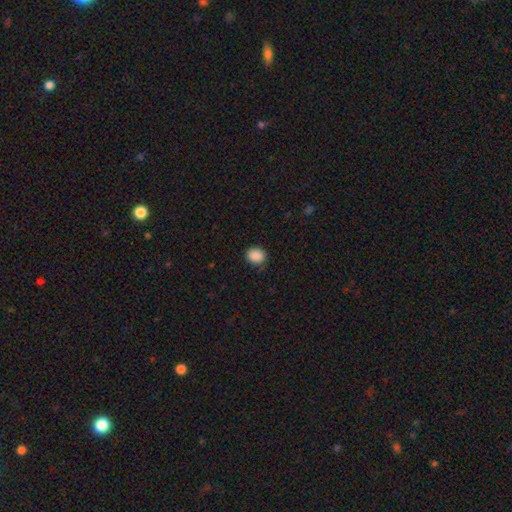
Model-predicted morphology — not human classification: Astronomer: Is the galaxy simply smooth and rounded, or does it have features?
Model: smooth — 88%.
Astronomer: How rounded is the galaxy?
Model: round — 69%.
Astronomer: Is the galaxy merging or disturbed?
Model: none — 83%.